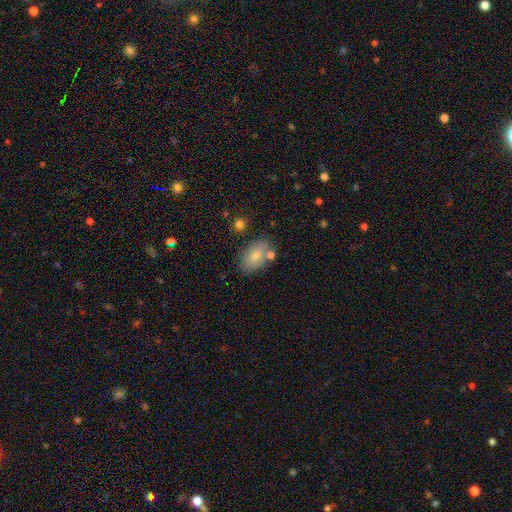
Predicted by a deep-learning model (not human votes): smooth 76%, featured or disk 16%, star or artifact 8%. Down the decision tree: how rounded — in between (88%); merging — none (71%).